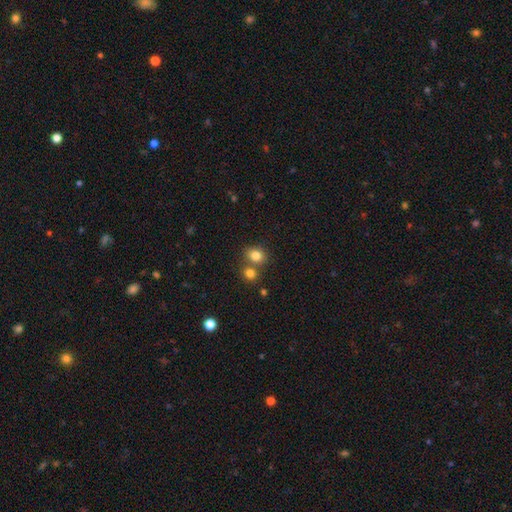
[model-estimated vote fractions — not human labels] This appears to be a smooth galaxy with no disk features (81%) that is round (65%). Merging: none (59%).